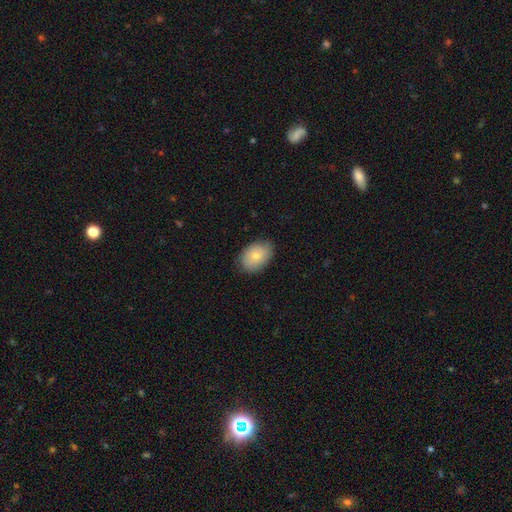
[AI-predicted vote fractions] A smooth galaxy with no disk features (78%) that is in between round and cigar-shaped (84%). Merging: none (81%).